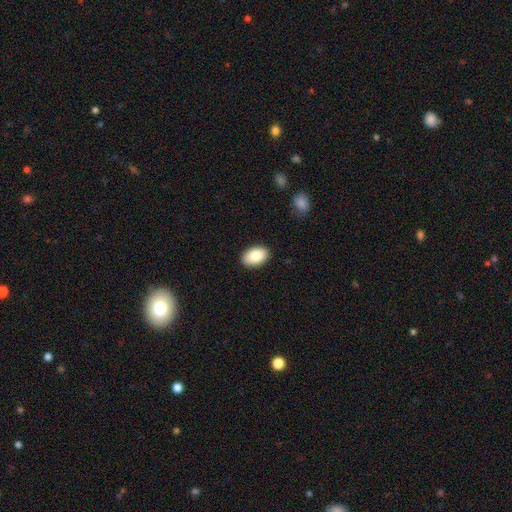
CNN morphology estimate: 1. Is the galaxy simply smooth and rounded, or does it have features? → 86% smooth, 8% featured or disk, 7% star or artifact.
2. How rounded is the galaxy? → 91% in between, 8% round, 1% cigar-shaped.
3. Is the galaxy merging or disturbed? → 89% none, 8% minor disturbance, 2% major disturbance, 1% merger.